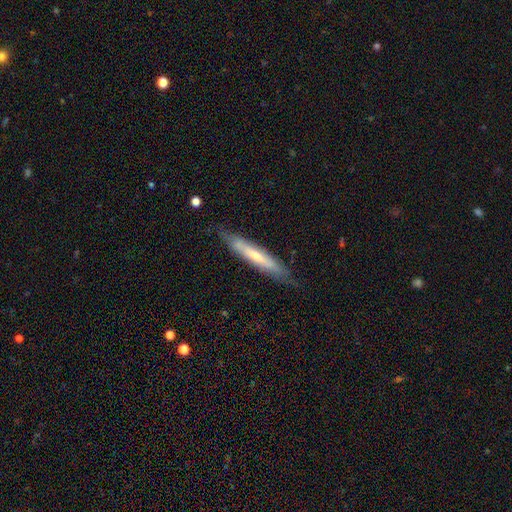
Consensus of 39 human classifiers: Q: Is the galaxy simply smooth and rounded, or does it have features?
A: featured or disk — 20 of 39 (51%).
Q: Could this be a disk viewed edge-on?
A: yes — 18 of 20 (90%).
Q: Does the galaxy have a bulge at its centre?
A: none — 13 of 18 (72%).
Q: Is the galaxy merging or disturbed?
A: none — 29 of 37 (78%).